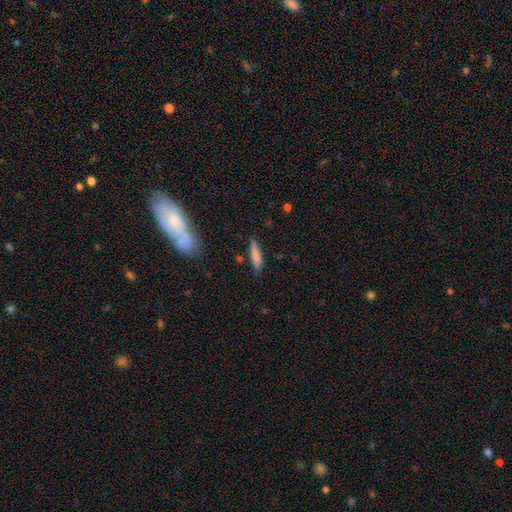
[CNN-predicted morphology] Smooth or featured: smooth — 81% (featured or disk — 12%)
How rounded: cigar-shaped — 75% (in between — 23%)
Merging: none — 80% (minor disturbance — 15%)